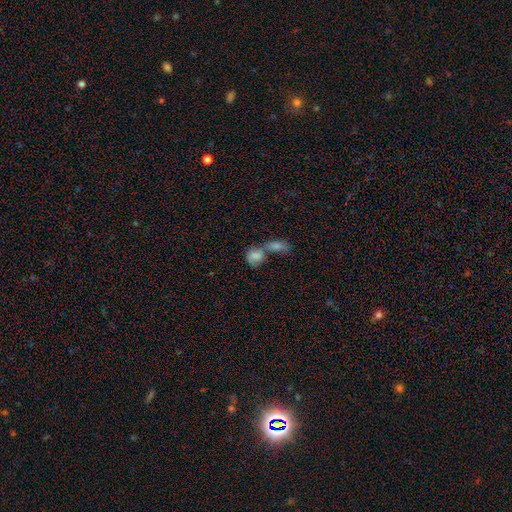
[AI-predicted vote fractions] This appears to be a smooth galaxy with no disk features (75%) that is in between round and cigar-shaped (60%). Merging: merger (67%).